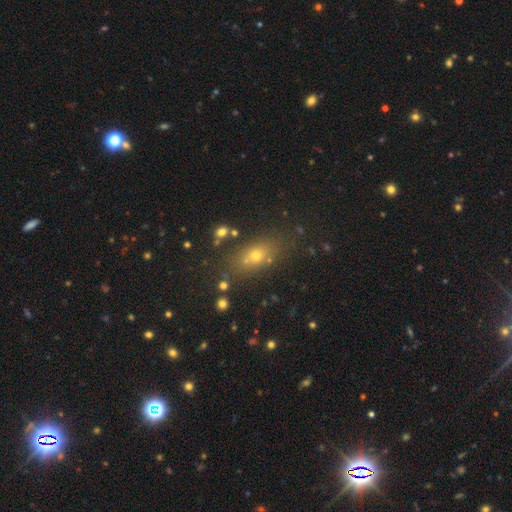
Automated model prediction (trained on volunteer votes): The model was most divided on "how rounded": in between: 64%, round: 24%, cigar-shaped: 12%. More confident: merging — none (75%); smooth or featured — smooth (63%).